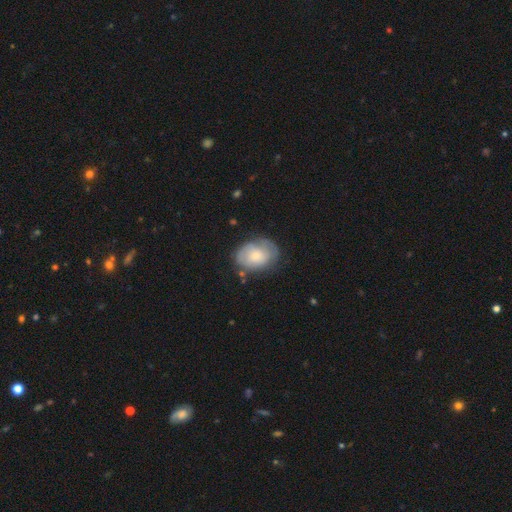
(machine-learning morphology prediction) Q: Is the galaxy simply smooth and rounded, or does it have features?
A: smooth — 61%.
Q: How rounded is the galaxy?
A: in between — 73%.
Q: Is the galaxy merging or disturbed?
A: none — 60%.